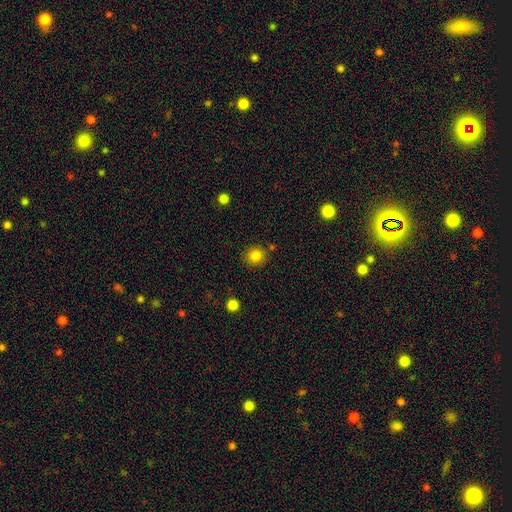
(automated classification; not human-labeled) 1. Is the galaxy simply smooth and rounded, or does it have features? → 83% smooth, 11% star or artifact, 5% featured or disk.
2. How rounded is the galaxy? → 89% round, 10% in between, 1% cigar-shaped.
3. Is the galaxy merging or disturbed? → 85% none, 8% minor disturbance, 4% merger, 2% major disturbance.